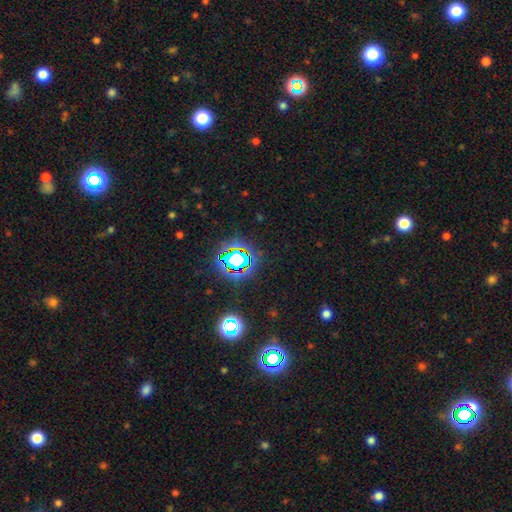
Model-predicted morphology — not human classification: Smooth or featured?
  - star or artifact: 75% *
  - smooth: 16%
  - featured or disk: 8%